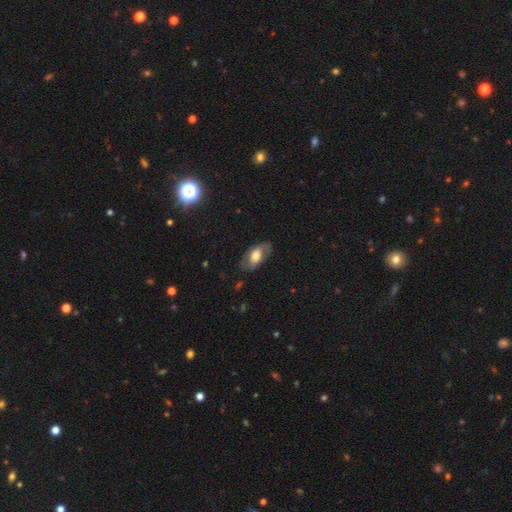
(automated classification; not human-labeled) This appears to be a smooth galaxy with no disk features (49%). Merging: none (74%).